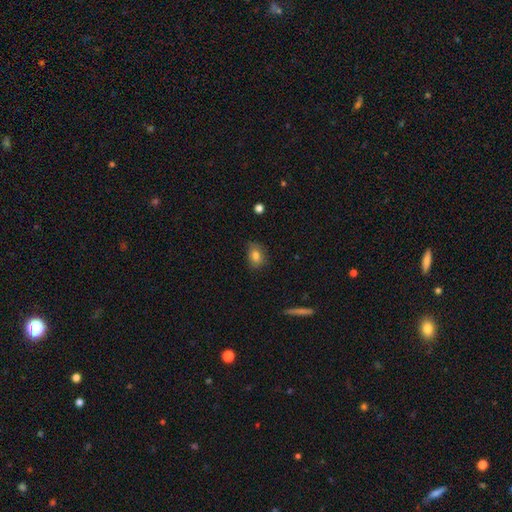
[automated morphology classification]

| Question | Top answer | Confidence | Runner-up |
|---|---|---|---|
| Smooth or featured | smooth | 80% | featured or disk (11%) |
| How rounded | in between | 61% | round (38%) |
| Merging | none | 75% | minor disturbance (20%) |